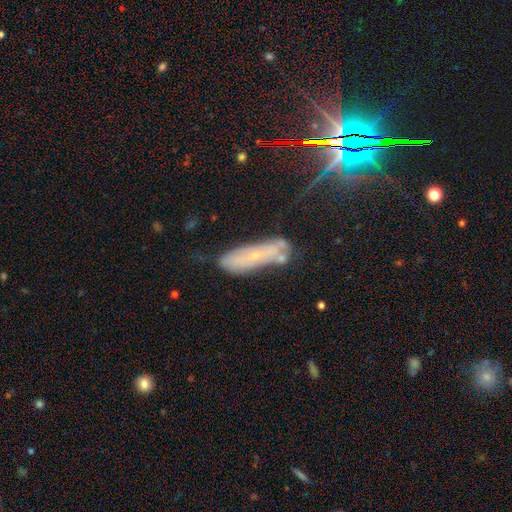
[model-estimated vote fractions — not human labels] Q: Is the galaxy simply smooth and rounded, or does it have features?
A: featured or disk — 50%.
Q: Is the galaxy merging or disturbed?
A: none — 57%.